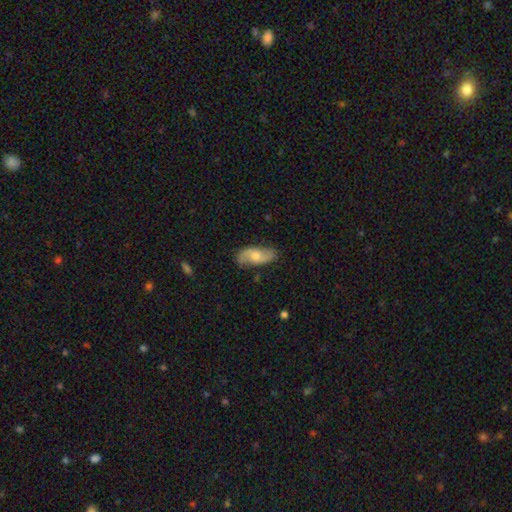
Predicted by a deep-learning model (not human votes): Smooth or featured: featured or disk — 65% (smooth — 29%)
Edge-on disk: no — 91% (yes — 9%)
Bar: no — 61% (weak — 32%)
Spiral arms: yes — 91% (no — 9%)
Spiral winding: loose — 60% (medium — 29%)
Spiral arm count: 2 — 90% (can't tell — 5%)
Bulge size: moderate — 59% (small — 29%)
Merging: none — 81% (minor disturbance — 14%)